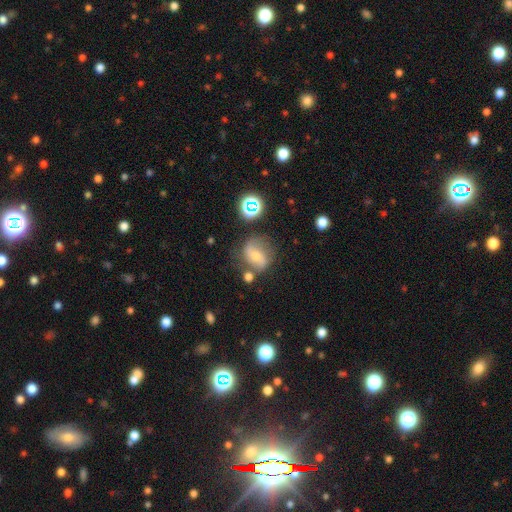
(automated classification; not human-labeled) Morphology: type=featured or disk (53%); edge-on=no (95%); bar=no (36%); spiral arms=yes (79%); bulge=small (46%); merging=none (57%).